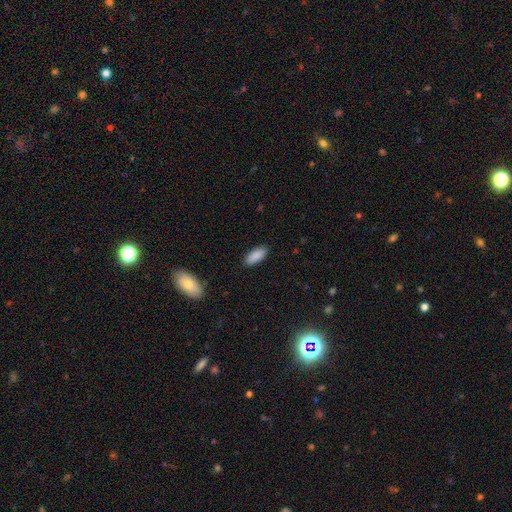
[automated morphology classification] A smooth galaxy with no disk features (89%) that is in between round and cigar-shaped (81%). Merging: none (87%).